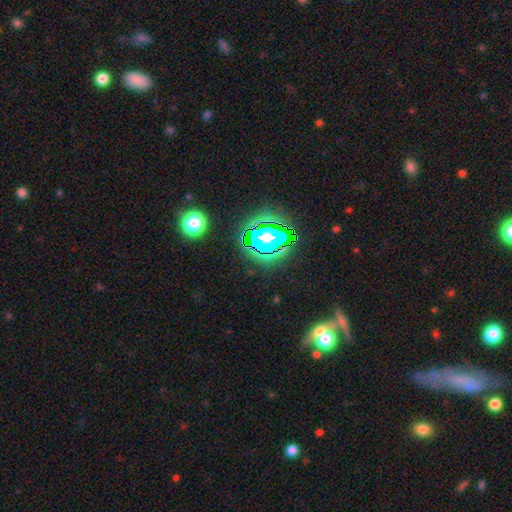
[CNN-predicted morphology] Smooth or featured: star or artifact — 79% (smooth — 13%)